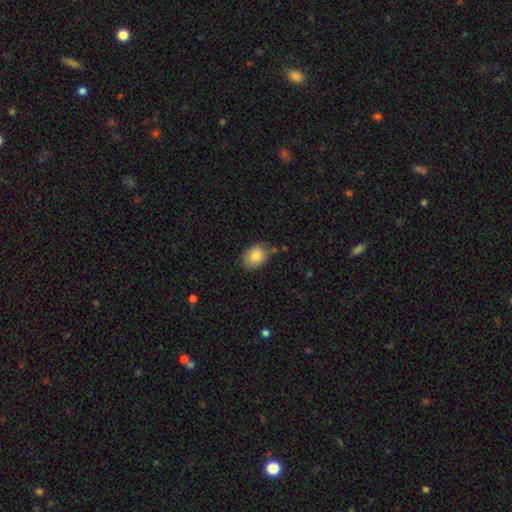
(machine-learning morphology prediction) smooth_or_featured: smooth (p=0.85) [alt: star or artifact p=0.07]
how_rounded: in between (p=0.70) [alt: round p=0.29]
merging: none (p=0.75) [alt: minor disturbance p=0.18]